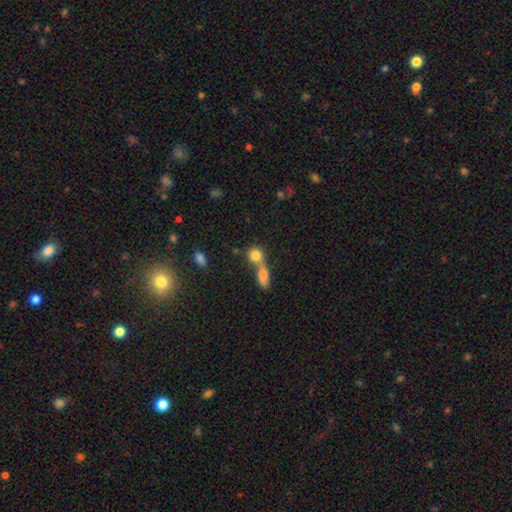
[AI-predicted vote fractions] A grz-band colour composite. It shows a smooth galaxy with no disk features (80%) that is round (73%). Merging: merger (59%).